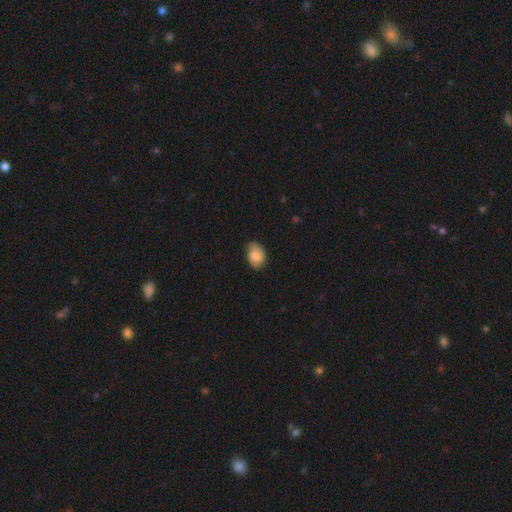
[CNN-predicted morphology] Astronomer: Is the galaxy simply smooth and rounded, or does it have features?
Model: smooth — 78%.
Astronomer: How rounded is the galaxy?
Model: in between — 78%.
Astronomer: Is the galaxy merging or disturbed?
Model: none — 69%.